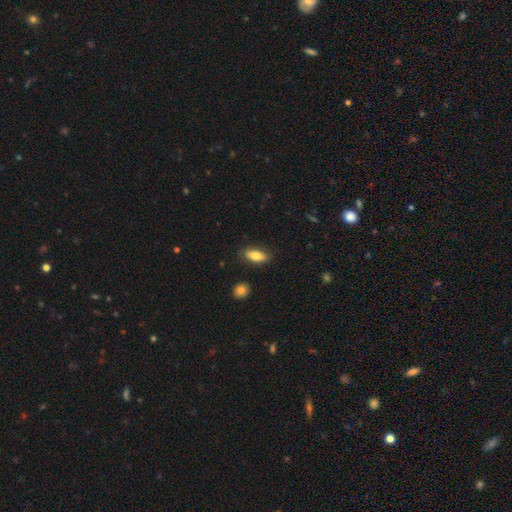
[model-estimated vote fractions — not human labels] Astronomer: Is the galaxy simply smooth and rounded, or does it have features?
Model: smooth — 78%.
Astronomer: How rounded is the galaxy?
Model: in between — 83%.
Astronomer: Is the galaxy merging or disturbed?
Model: none — 84%.